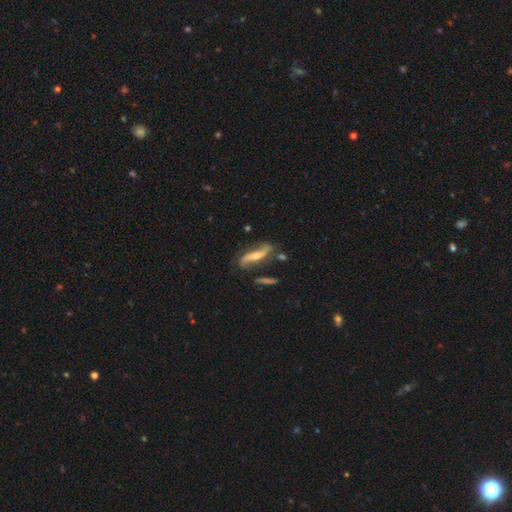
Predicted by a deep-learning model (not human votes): A featured or disk galaxy (79%) with no bar (42%), 2 (91%) loose (78%) spiral arms (93%) and a moderate central bulge (45%). Merging: none (68%).